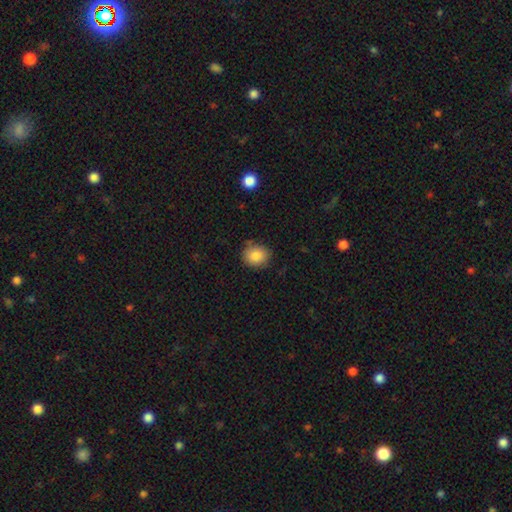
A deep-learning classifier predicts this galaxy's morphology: type=smooth (85%); roundness=round (73%); merging=none (82%).